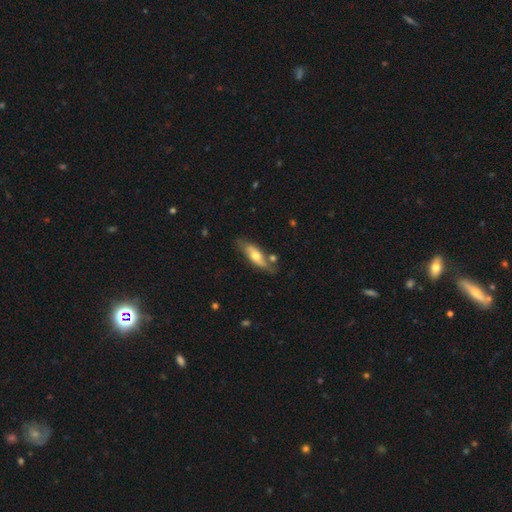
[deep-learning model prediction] smooth 51%, featured or disk 43%, star or artifact 6%. Down the decision tree: how rounded — in between (55%); merging — none (67%).